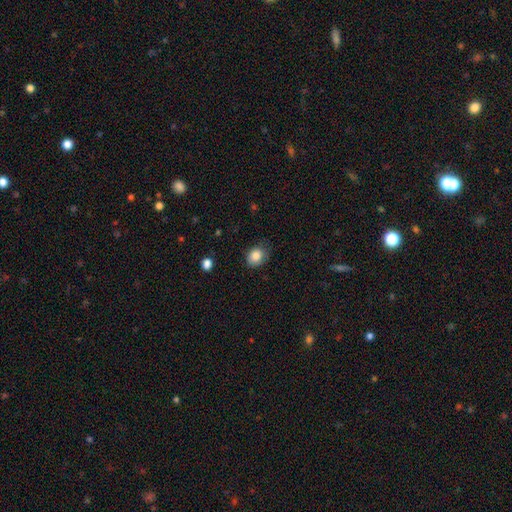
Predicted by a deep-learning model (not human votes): This appears to be a smooth galaxy with no disk features (84%) that is round (54%). Merging: none (74%).